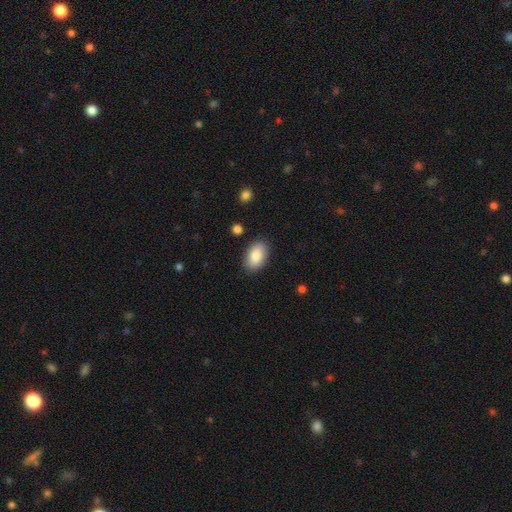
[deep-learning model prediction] Smooth or featured? Predicted: smooth (p=0.86). How rounded? Predicted: in between (p=0.92). Merging? Predicted: none (p=0.87).